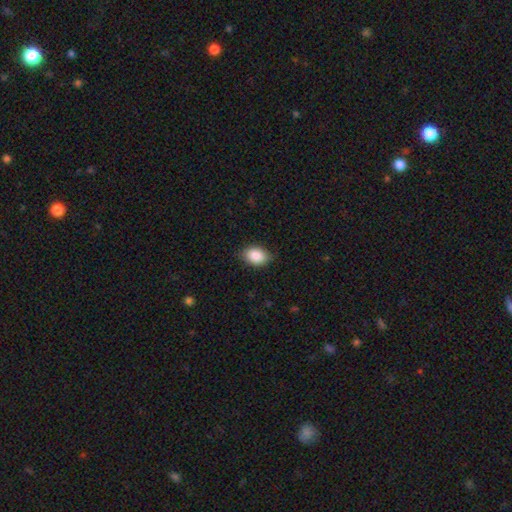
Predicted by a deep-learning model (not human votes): smooth 88%, star or artifact 7%, featured or disk 5%. Down the decision tree: how rounded — in between (81%); merging — none (82%).